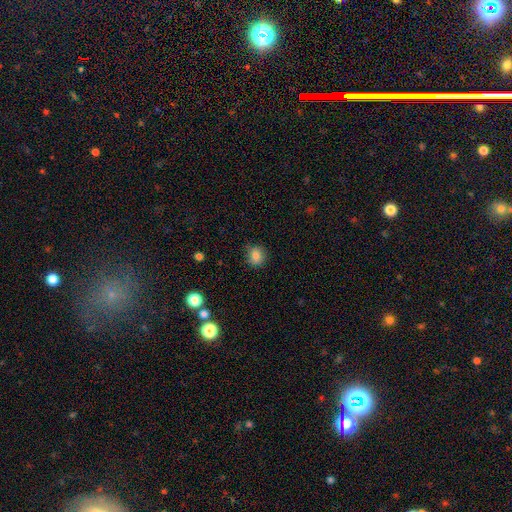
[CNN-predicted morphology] Overall: smooth (83%). How rounded: round (76%). Merging: none (81%).